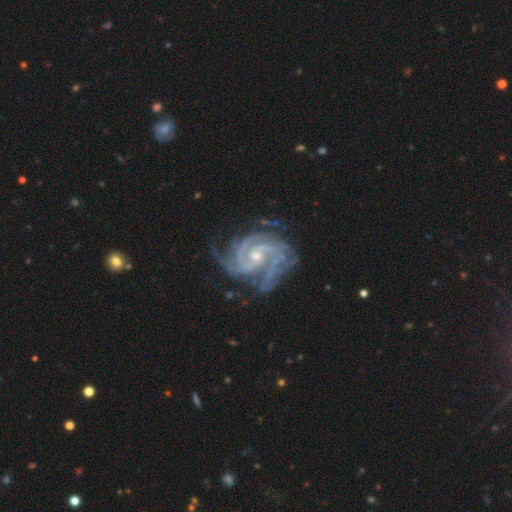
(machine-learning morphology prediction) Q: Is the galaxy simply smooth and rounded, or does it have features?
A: featured or disk — 92%.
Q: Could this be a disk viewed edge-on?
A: no — 98%.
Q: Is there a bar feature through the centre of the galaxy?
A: no — 46%.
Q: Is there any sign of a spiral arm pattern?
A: yes — 99%.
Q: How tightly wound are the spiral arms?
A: tight — 65%.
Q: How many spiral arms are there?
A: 3 — 31%.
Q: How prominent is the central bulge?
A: small — 62%.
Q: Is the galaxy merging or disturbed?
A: none — 71%.